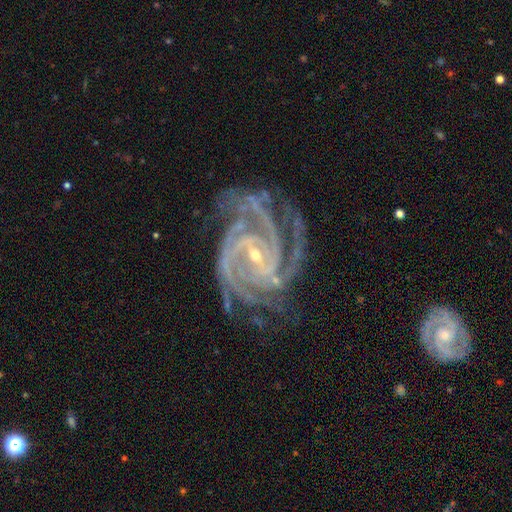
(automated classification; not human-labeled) A featured or disk galaxy (93%) with a weak bar (44%), 3 (29%) tight (70%) spiral arms (99%) and a small central bulge (73%).

Vote fractions:
- Smooth or featured? featured or disk: 93% / star or artifact: 5% / smooth: 2%
- Edge-on disk? no: 98% / yes: 2%
- Bar? weak: 44% / strong: 35% / no: 21%
- Spiral arms? yes: 99% / no: 1%
- Spiral winding? tight: 70% / medium: 27% / loose: 3%
- Spiral arm count? 3: 29% / 4: 24% / 2: 20% / can't tell: 10% / more than 4: 9% / 1: 7%
- Bulge size? small: 73% / moderate: 24% / none: 1% / large: 1% / dominant: 1%
- Merging? none: 69% / minor disturbance: 20% / major disturbance: 10% / merger: 2%